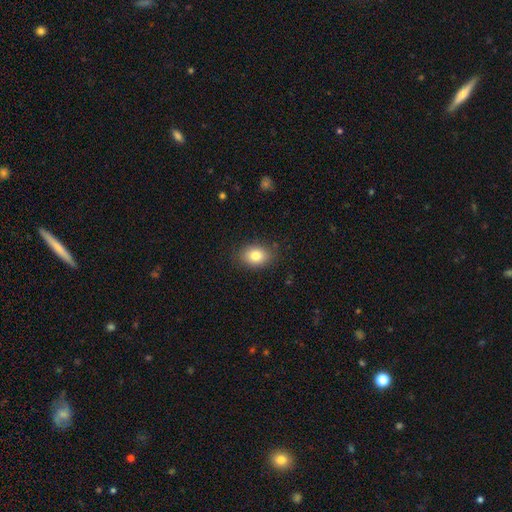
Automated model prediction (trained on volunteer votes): Morphology: type=smooth (81%); roundness=in between (68%); merging=none (85%).